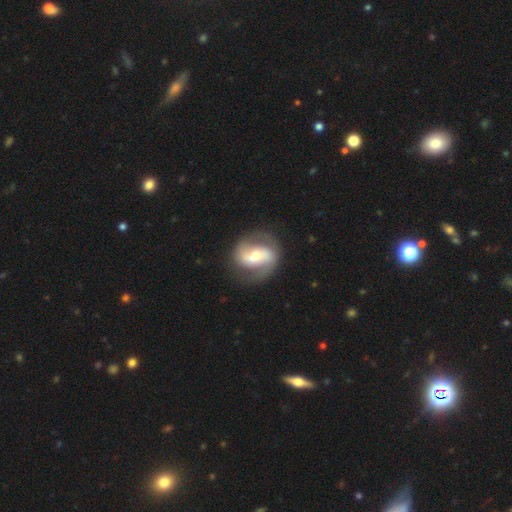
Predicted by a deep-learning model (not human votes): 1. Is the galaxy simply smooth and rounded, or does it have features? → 79% featured or disk, 16% smooth, 6% star or artifact.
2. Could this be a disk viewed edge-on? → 97% no, 3% yes.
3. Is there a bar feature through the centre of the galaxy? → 39% weak, 33% no, 29% strong.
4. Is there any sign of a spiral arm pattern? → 91% yes, 9% no.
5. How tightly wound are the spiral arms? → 46% medium, 34% loose, 20% tight.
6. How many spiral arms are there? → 87% 2, 6% can't tell, 4% 1, 1% 3, 1% 4, 1% more than 4.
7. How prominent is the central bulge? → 57% moderate, 36% small, 5% large, 1% none, 1% dominant.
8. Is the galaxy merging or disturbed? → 75% none, 15% minor disturbance, 8% major disturbance, 2% merger.